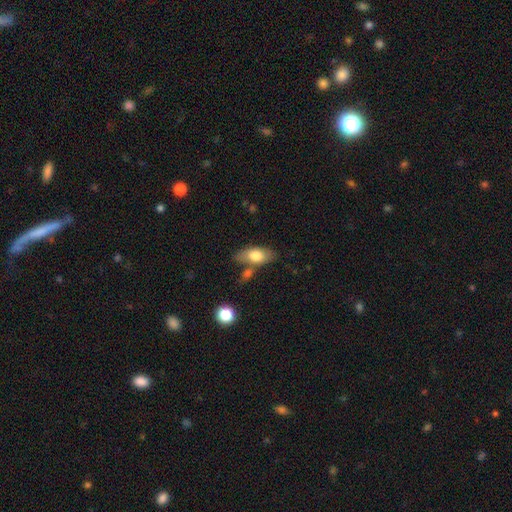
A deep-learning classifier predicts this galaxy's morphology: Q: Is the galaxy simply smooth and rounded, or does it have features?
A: smooth — 73%.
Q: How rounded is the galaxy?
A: in between — 86%.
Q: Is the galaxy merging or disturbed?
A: none — 66%.